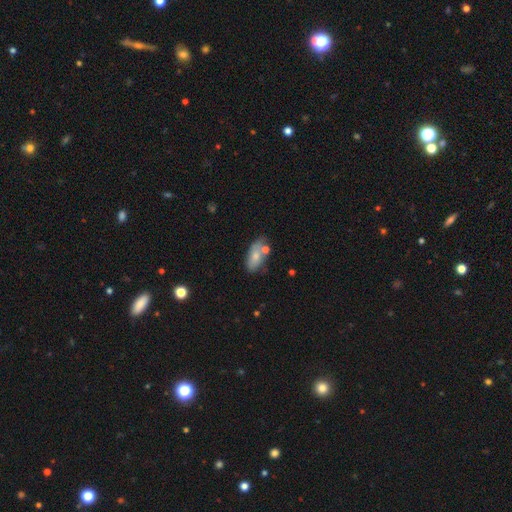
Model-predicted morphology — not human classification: smooth_or_featured: smooth (p=0.70) [alt: featured or disk p=0.23]
how_rounded: in between (p=0.88) [alt: cigar-shaped p=0.08]
merging: none (p=0.54) [alt: minor disturbance p=0.21]